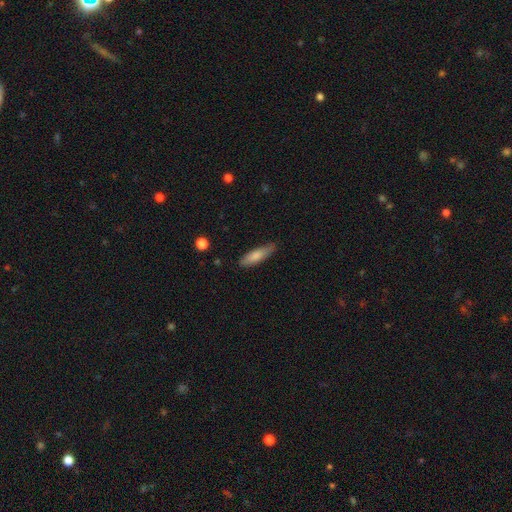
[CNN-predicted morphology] This is likely a smooth galaxy (77%). How rounded: likely cigar-shaped (63%). Merging: likely none (79%).